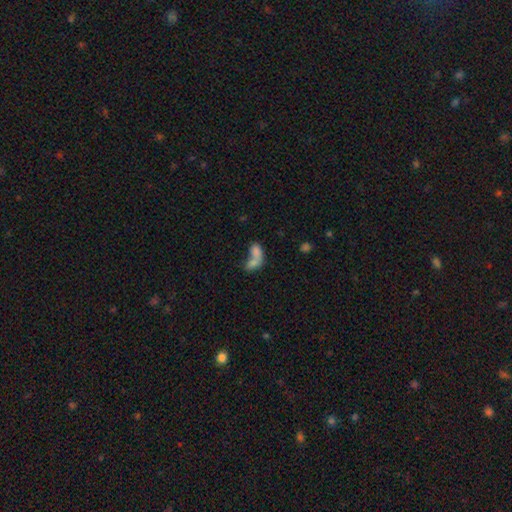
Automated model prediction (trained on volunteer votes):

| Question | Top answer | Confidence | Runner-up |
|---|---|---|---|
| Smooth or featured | smooth | 74% | featured or disk (16%) |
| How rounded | in between | 83% | round (12%) |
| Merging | merger | 70% | none (17%) |